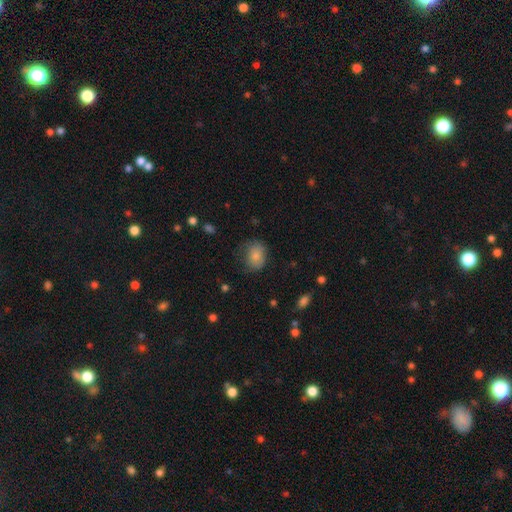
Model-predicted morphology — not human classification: Overall: smooth (82%). How rounded: in between (56%; round 43%). Merging: none (64%; minor disturbance 26%).